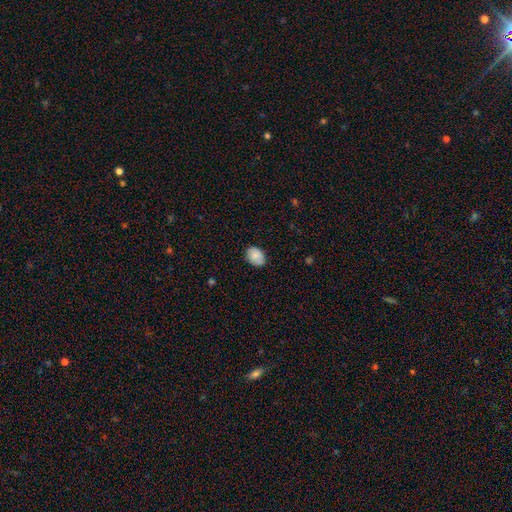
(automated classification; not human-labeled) smooth 84%, featured or disk 9%, star or artifact 7%. Down the decision tree: how rounded — in between (69%); merging — none (80%).